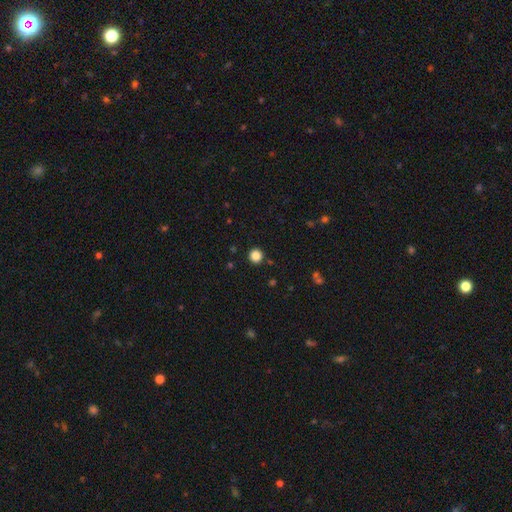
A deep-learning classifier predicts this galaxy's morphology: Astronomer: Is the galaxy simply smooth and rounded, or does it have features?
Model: smooth — 85%.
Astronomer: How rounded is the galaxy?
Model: round — 94%.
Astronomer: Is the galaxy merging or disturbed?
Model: none — 92%.